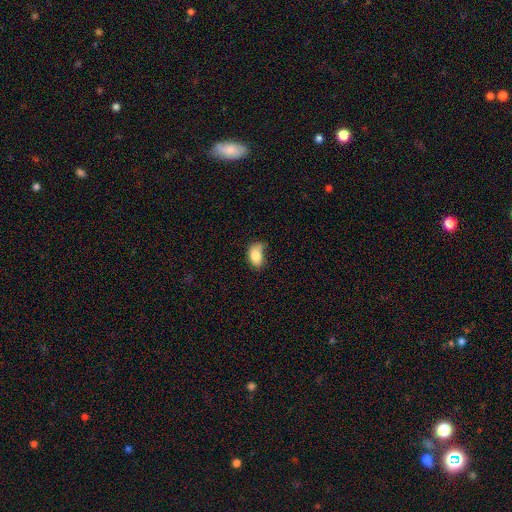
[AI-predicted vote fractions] Overall: smooth (81%). How rounded: in between (84%). Merging: none (41%; minor disturbance 40%).